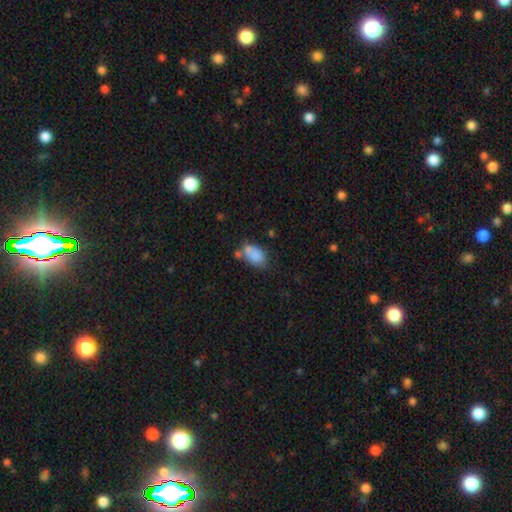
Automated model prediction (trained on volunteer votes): smooth 80%, featured or disk 11%, star or artifact 9%. Down the decision tree: how rounded — in between (85%); merging — none (48%).